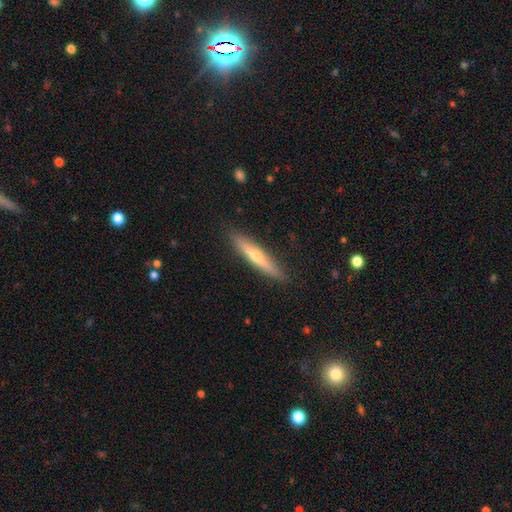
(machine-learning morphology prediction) Smooth or featured: featured or disk — 54% (smooth — 39%)
Edge-on disk: yes — 93% (no — 7%)
Edge-on bulge: rounded — 82% (none — 16%)
Merging: none — 89% (minor disturbance — 8%)